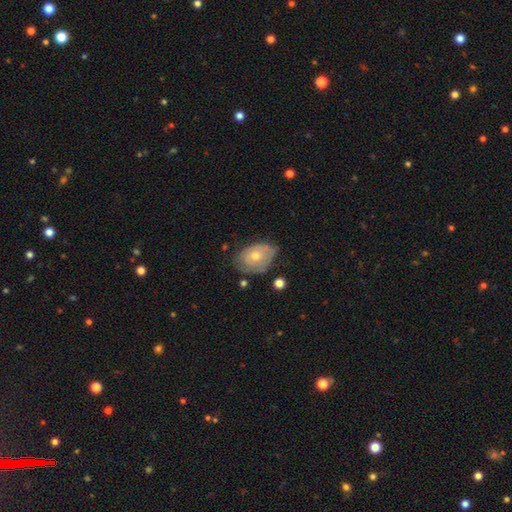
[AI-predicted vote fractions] Smooth or featured? featured or disk (46%, tied with smooth)
Merging? none (61%)